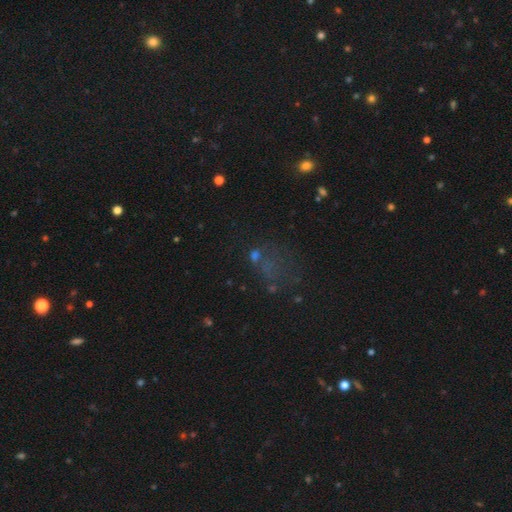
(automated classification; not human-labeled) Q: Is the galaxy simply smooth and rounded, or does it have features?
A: star or artifact — 36%.